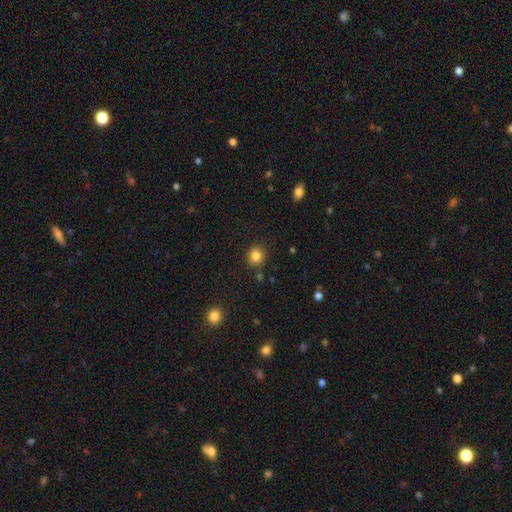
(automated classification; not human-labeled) smooth-or-featured: smooth: 83% | star or artifact: 12% | featured or disk: 5%
  how-rounded: round: 83% | in between: 16% | cigar-shaped: 1%
  merging: none: 86% | minor disturbance: 8% | merger: 3% | major disturbance: 3%